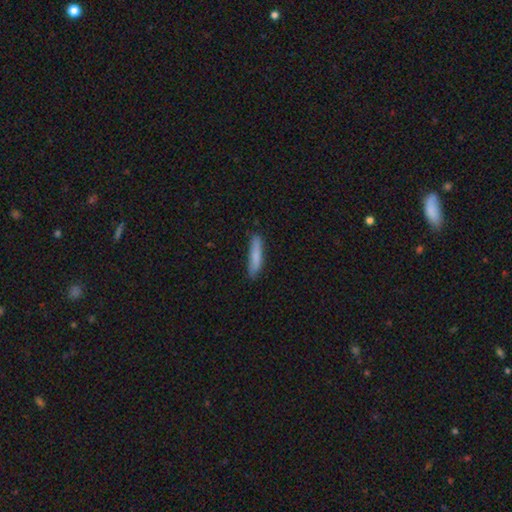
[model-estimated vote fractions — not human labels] Smooth or featured: smooth — 81% (featured or disk — 13%)
How rounded: cigar-shaped — 87% (in between — 11%)
Merging: none — 83% (minor disturbance — 14%)